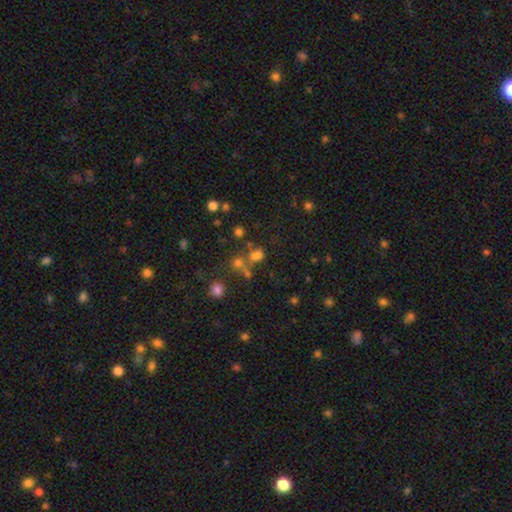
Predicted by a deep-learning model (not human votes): Q: Smooth or featured?
A: smooth (64%); runner-up: star or artifact (25%)
Q: How rounded?
A: in between (51%); runner-up: round (47%)
Q: Merging?
A: none (50%); runner-up: merger (29%)